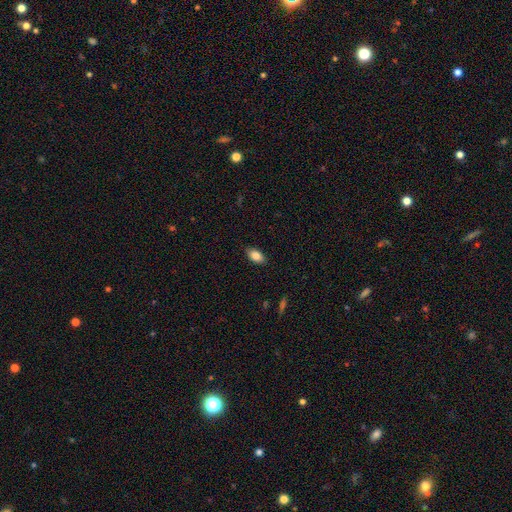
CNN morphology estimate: A smooth galaxy with no disk features (86%) that is in between round and cigar-shaped (92%).

Vote fractions:
- Smooth or featured? smooth: 86% / star or artifact: 7% / featured or disk: 6%
- How rounded? in between: 92% / round: 5% / cigar-shaped: 3%
- Merging? none: 87% / minor disturbance: 10% / major disturbance: 2% / merger: 1%